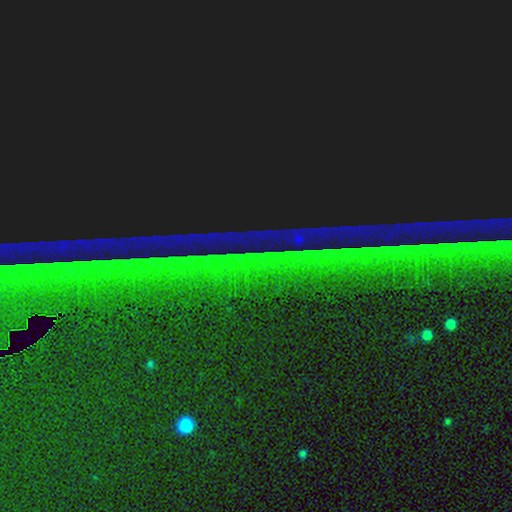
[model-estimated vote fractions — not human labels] This appears to be a star or artifact, not a galaxy (90%).